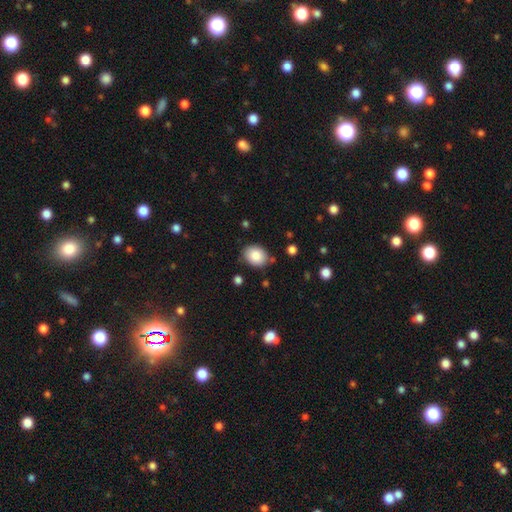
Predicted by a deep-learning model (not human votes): This appears to be a smooth galaxy with no disk features (86%) that is in between round and cigar-shaped (53%). Merging: none (80%).